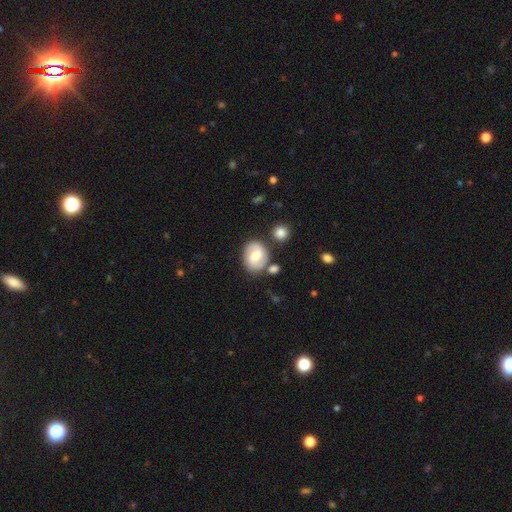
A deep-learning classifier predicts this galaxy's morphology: This appears to be a featured or disk galaxy (55%) with a weak bar (53%), spiral arms (77%) and a moderate central bulge (65%). Merging: none (70%).